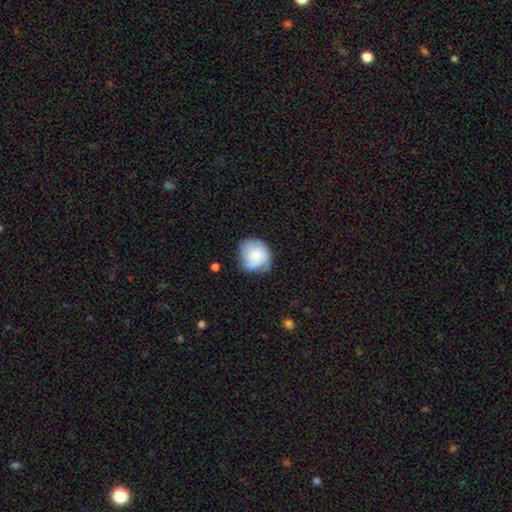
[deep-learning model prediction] The model was most divided on "merging": none: 51%, minor disturbance: 34%, major disturbance: 12%, merger: 3%. More confident: how rounded — round (73%); smooth or featured — smooth (63%).